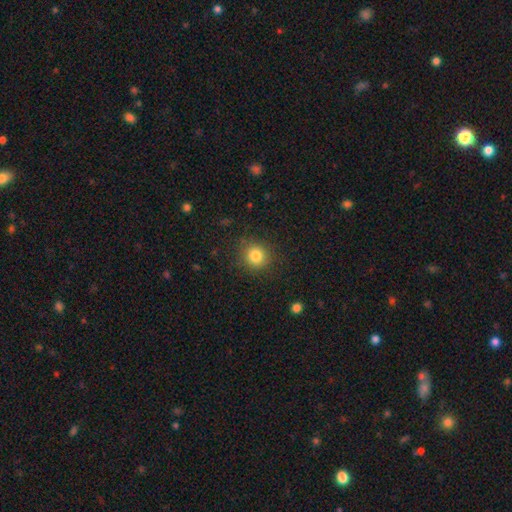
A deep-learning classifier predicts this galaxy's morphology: Q: Smooth or featured?
A: smooth (82%); runner-up: star or artifact (12%)
Q: How rounded?
A: round (88%); runner-up: in between (11%)
Q: Merging?
A: none (87%); runner-up: minor disturbance (9%)